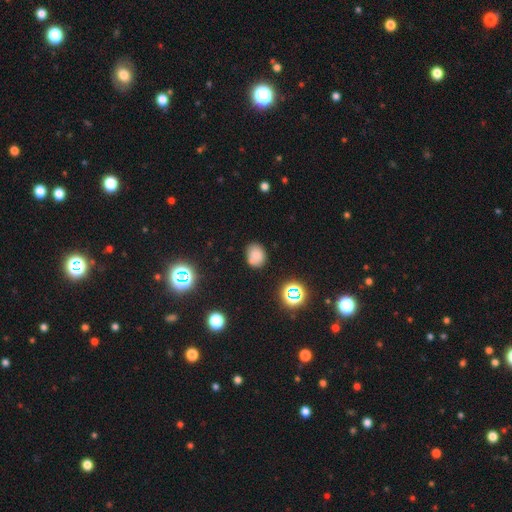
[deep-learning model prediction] Smooth or featured?
  - smooth: 75% *
  - star or artifact: 16%
  - featured or disk: 9%
How rounded?
  - round: 51% *
  - in between: 48%
  - cigar-shaped: 1%
Merging?
  - none: 74% *
  - minor disturbance: 17%
  - merger: 5%
  - major disturbance: 4%